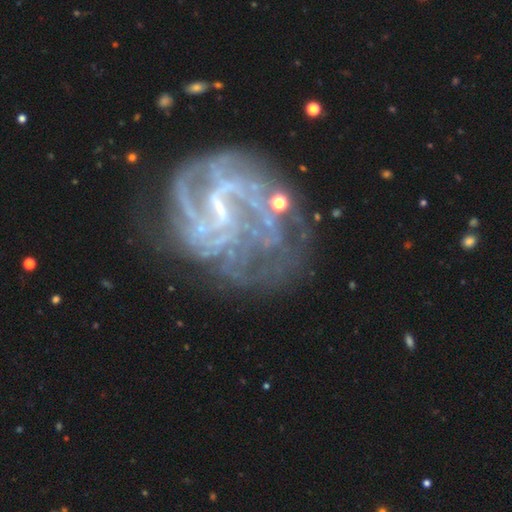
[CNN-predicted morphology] This appears to be a featured or disk galaxy (85%) with a weak bar (49%), medium (41%) spiral arms (86%) and a small central bulge (43%). Merging: none (46%).